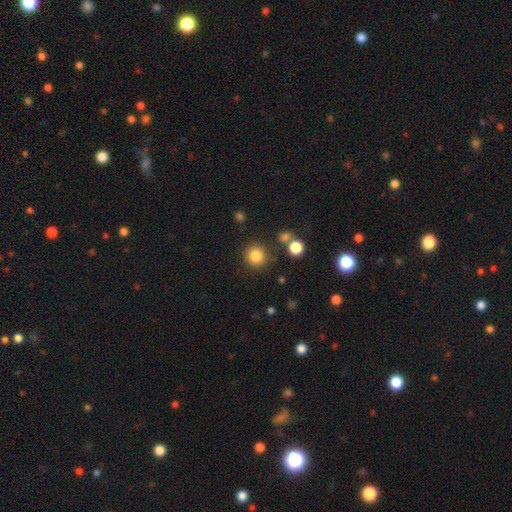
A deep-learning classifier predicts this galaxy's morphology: A smooth galaxy with no disk features (84%) that is round (93%). Merging: none (85%).